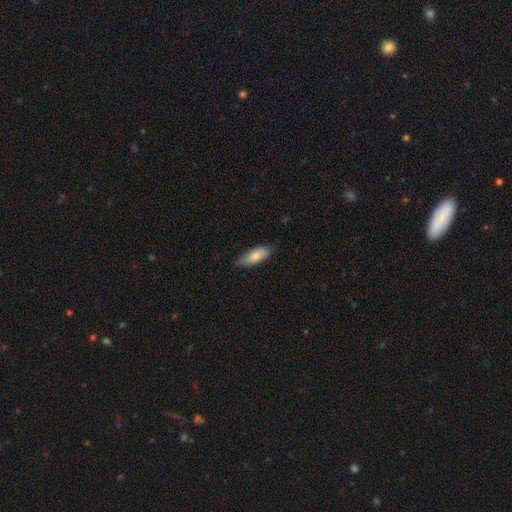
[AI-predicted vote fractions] A smooth galaxy with no disk features (78%) that is in between round and cigar-shaped (76%). Merging: none (74%).